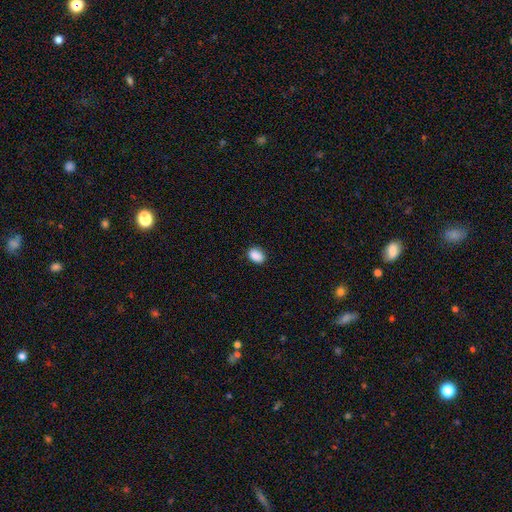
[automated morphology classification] Q: Smooth or featured?
A: smooth (89%); runner-up: star or artifact (8%)
Q: How rounded?
A: in between (71%); runner-up: round (28%)
Q: Merging?
A: none (84%); runner-up: minor disturbance (12%)